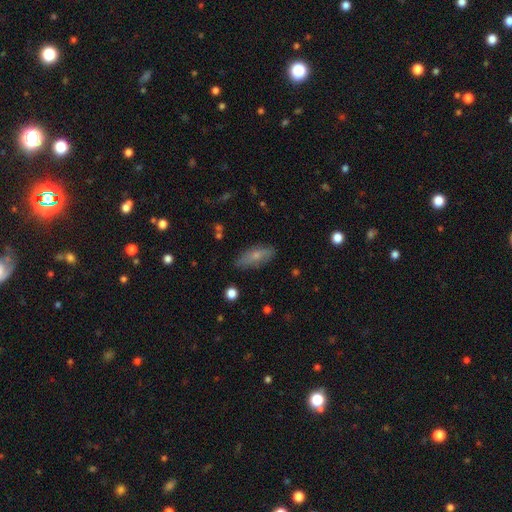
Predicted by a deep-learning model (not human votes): A smooth galaxy with no disk features (59%) that is in between round and cigar-shaped (64%).

Vote fractions:
- Smooth or featured? smooth: 59% / featured or disk: 33% / star or artifact: 8%
- How rounded? in between: 64% / cigar-shaped: 32% / round: 4%
- Merging? none: 80% / minor disturbance: 15% / major disturbance: 3% / merger: 2%